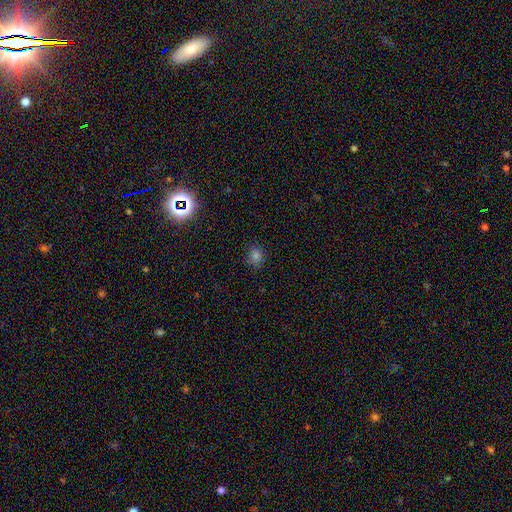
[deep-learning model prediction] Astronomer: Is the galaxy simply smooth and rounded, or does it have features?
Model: smooth — 71%.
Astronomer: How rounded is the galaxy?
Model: round — 69%.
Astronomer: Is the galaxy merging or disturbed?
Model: none — 85%.